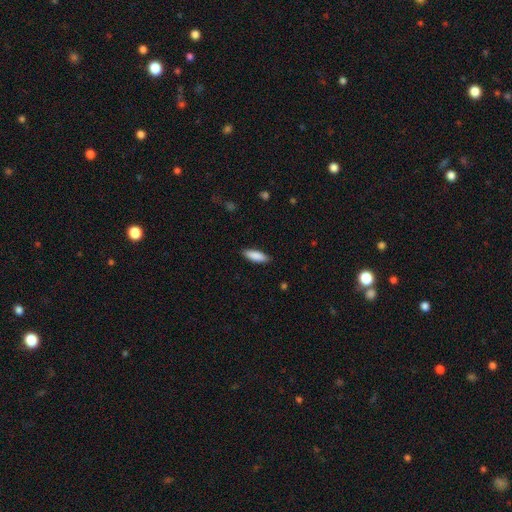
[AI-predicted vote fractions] Smooth or featured?
  - smooth: 88% *
  - featured or disk: 6%
  - star or artifact: 6%
How rounded?
  - in between: 57% *
  - cigar-shaped: 42%
  - round: 2%
Merging?
  - none: 88% *
  - minor disturbance: 9%
  - major disturbance: 2%
  - merger: 1%